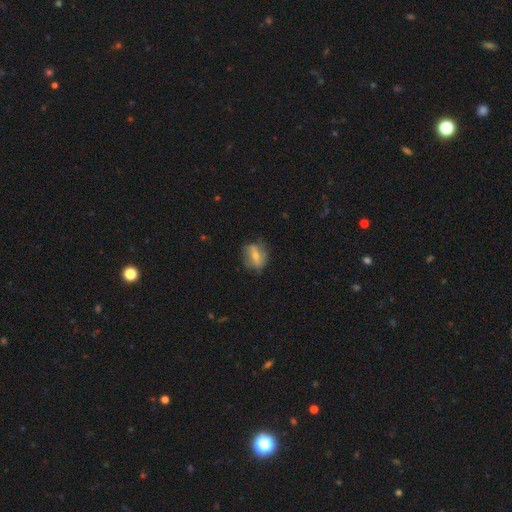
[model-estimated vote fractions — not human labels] featured or disk 46%, smooth 45%, star or artifact 9%. Down the decision tree: merging — none (68%).